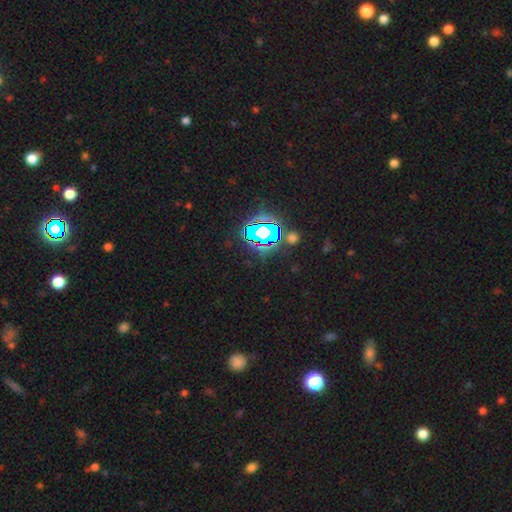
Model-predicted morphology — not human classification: This appears to be a star or artifact, not a galaxy (80%).